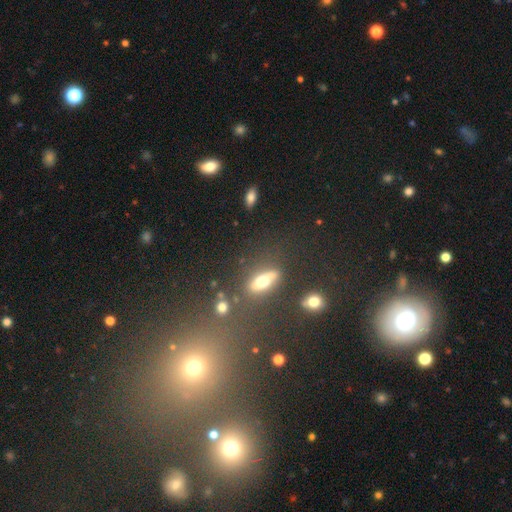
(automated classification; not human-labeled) A smooth galaxy with no disk features (47%).

Vote fractions:
- Smooth or featured? smooth: 47% / star or artifact: 33% / featured or disk: 20%
- Merging? none: 67% / merger: 13% / minor disturbance: 12% / major disturbance: 8%